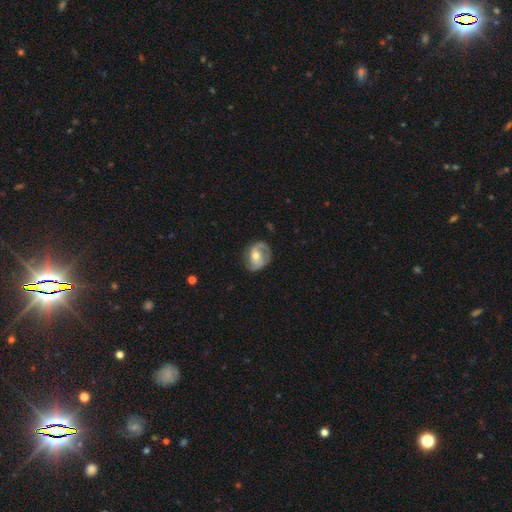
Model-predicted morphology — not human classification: Overall: featured or disk (70%). Edge-on disk: no (96%). Bar: no (47%; weak 36%). Spiral arms: yes (84%). Spiral arm count: 2 (73%). Spiral winding: medium (43%; tight 32%). Bulge size: moderate (66%; small 29%). Merging: none (67%).